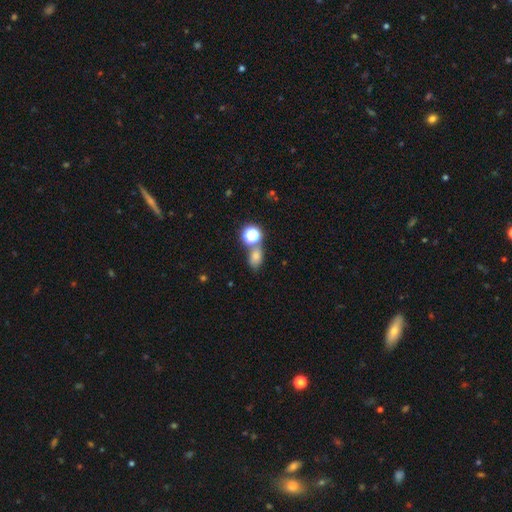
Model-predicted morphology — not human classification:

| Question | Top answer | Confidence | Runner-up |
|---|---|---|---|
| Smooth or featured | smooth | 68% | star or artifact (22%) |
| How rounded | in between | 67% | round (30%) |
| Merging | none | 53% | merger (27%) |